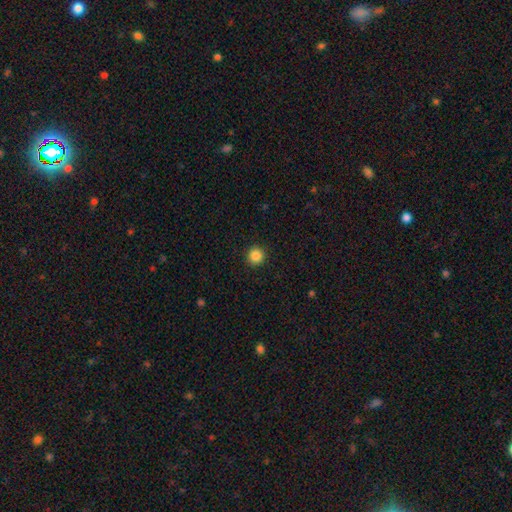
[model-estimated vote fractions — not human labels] Overall: smooth (86%). How rounded: round (95%). Merging: none (93%).